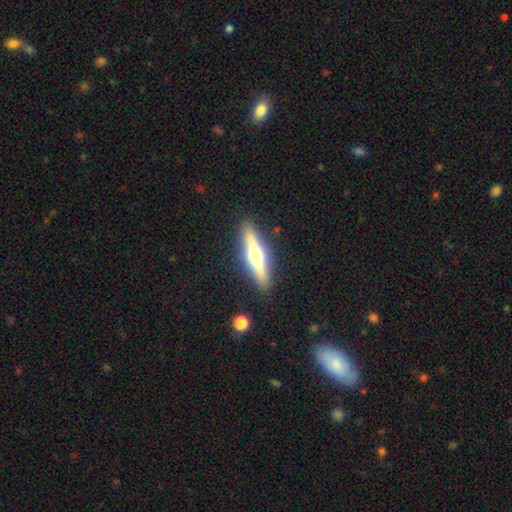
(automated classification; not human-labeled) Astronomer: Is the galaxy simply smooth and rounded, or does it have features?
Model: featured or disk — 70%.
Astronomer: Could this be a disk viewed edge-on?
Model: yes — 96%.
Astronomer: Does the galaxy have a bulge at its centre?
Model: rounded — 95%.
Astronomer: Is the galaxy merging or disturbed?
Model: none — 89%.